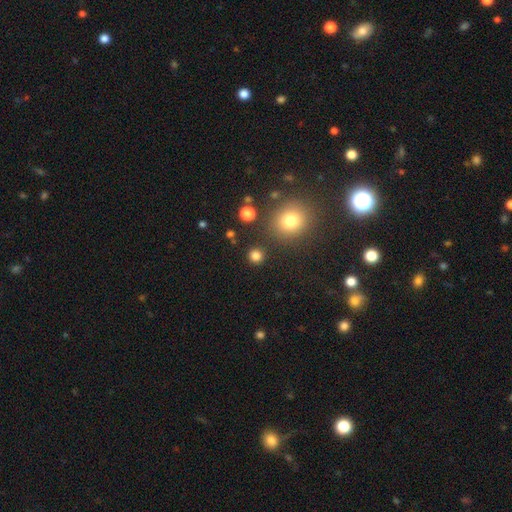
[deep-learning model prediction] Overall: smooth (80%). How rounded: round (92%). Merging: none (88%).